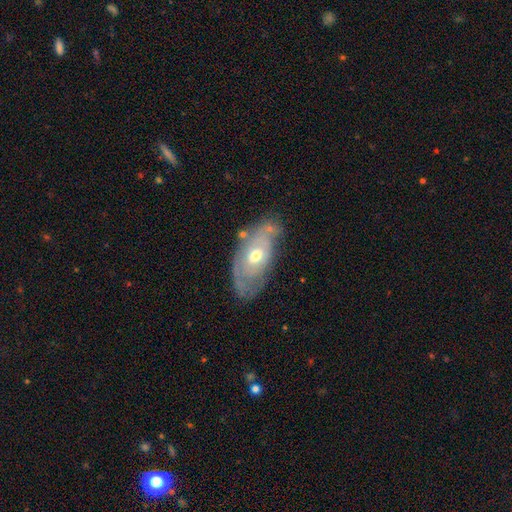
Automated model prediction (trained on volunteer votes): Smooth or featured? Predicted: featured or disk (p=0.65). Edge-on disk? Predicted: no (p=0.88). Bar? Predicted: no (p=0.71). Spiral arms? Predicted: yes (p=0.59). Bulge size? Predicted: moderate (p=0.69). Merging? Predicted: none (p=0.61).